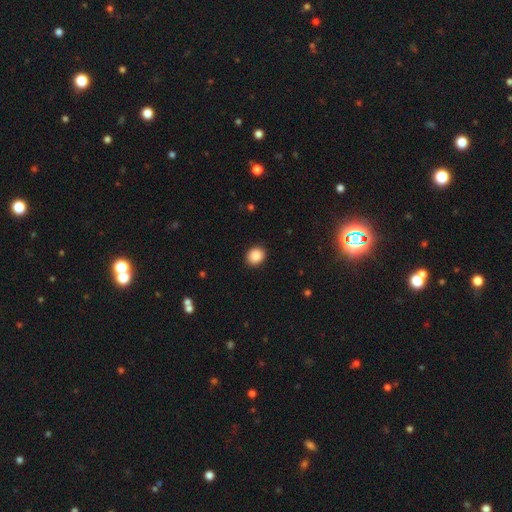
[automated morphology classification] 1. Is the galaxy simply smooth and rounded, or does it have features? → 89% smooth, 9% star or artifact, 3% featured or disk.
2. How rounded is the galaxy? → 69% round, 30% in between, 1% cigar-shaped.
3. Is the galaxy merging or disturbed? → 90% none, 7% minor disturbance, 2% major disturbance, 1% merger.